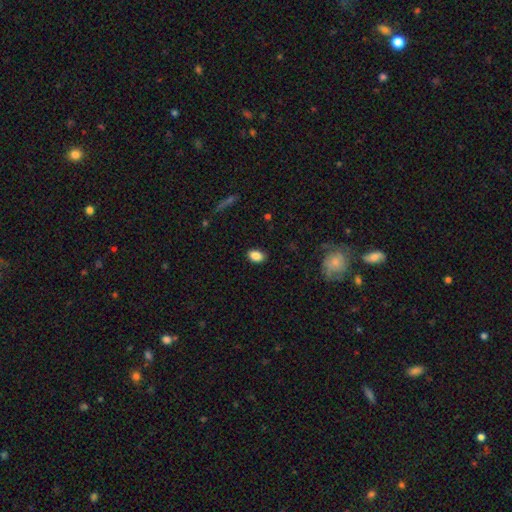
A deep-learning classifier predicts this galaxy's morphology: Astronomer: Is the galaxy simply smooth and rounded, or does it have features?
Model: smooth — 87%.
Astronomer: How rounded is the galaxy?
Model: in between — 85%.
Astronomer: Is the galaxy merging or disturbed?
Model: none — 87%.